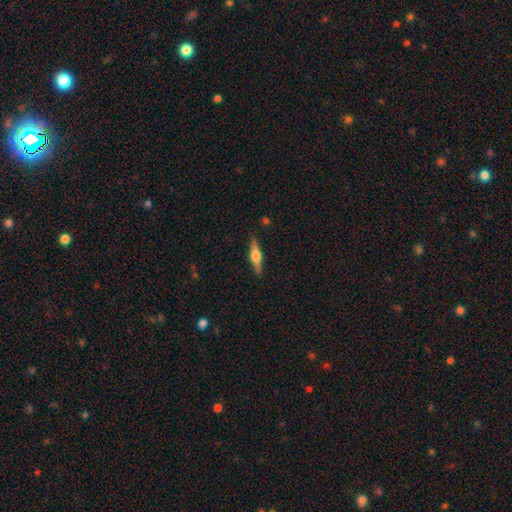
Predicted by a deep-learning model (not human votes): A featured or disk galaxy (66%) viewed edge-on (97%) with a rounded central bulge (91%).

Vote fractions:
- Smooth or featured? featured or disk: 66% / smooth: 27% / star or artifact: 6%
- Edge-on disk? yes: 97% / no: 3%
- Edge-on bulge? rounded: 91% / boxy: 7% / none: 2%
- Merging? none: 88% / minor disturbance: 8% / major disturbance: 2% / merger: 1%